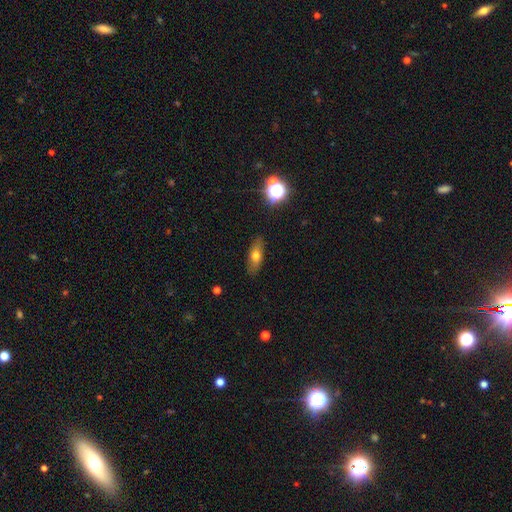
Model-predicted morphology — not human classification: A smooth galaxy with no disk features (64%) that is in between round and cigar-shaped (66%).

Vote fractions:
- Smooth or featured? smooth: 64% / featured or disk: 26% / star or artifact: 10%
- How rounded? in between: 66% / cigar-shaped: 28% / round: 6%
- Merging? none: 86% / minor disturbance: 10% / major disturbance: 2% / merger: 1%